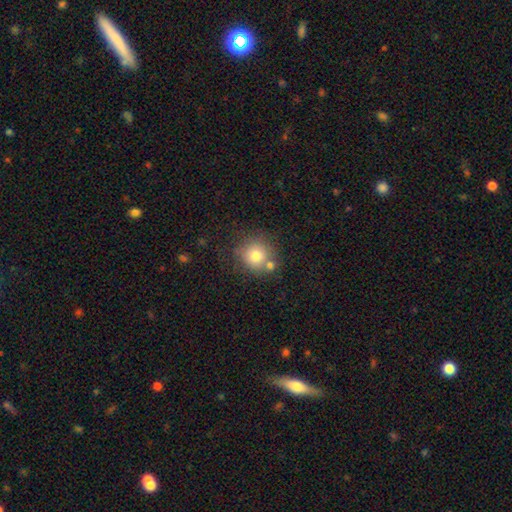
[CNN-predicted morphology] smooth_or_featured: smooth (p=0.78) [alt: featured or disk p=0.12]
how_rounded: round (p=0.89) [alt: in between p=0.10]
merging: none (p=0.63) [alt: merger p=0.19]